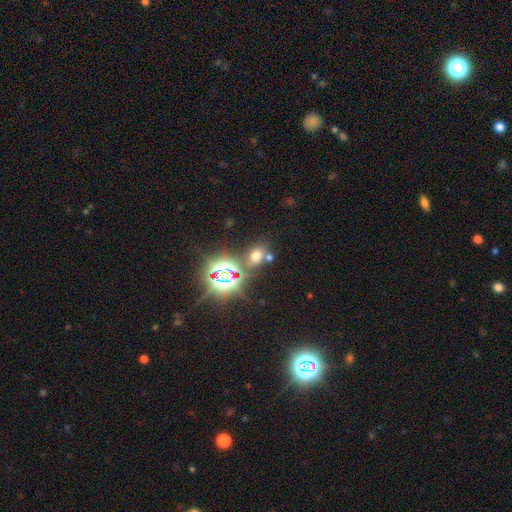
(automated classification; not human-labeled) This appears to be a smooth galaxy with no disk features (50%) that is in between round and cigar-shaped (59%). Merging: none (66%).